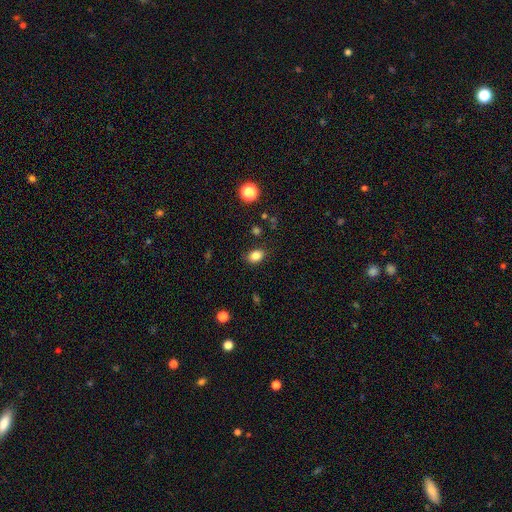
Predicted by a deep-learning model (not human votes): smooth_or_featured: smooth (p=0.84) [alt: star or artifact p=0.11]
how_rounded: in between (p=0.72) [alt: round p=0.27]
merging: none (p=0.85) [alt: minor disturbance p=0.11]